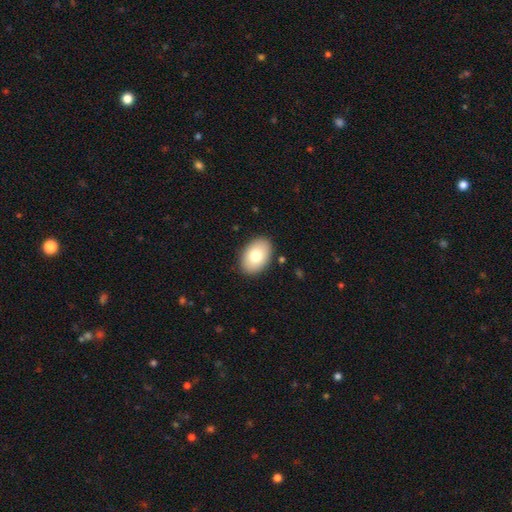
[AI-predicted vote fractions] Smooth or featured? Predicted: smooth (p=0.77). How rounded? Predicted: in between (p=0.86). Merging? Predicted: none (p=0.89).